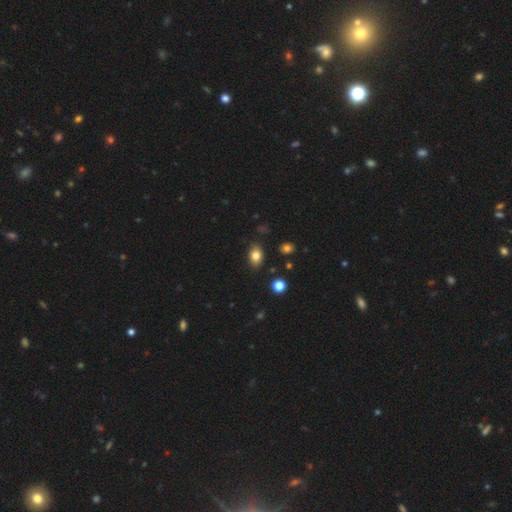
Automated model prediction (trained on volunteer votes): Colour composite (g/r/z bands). It shows a smooth galaxy with no disk features (82%) that is in between round and cigar-shaped (79%). Merging: none (83%).